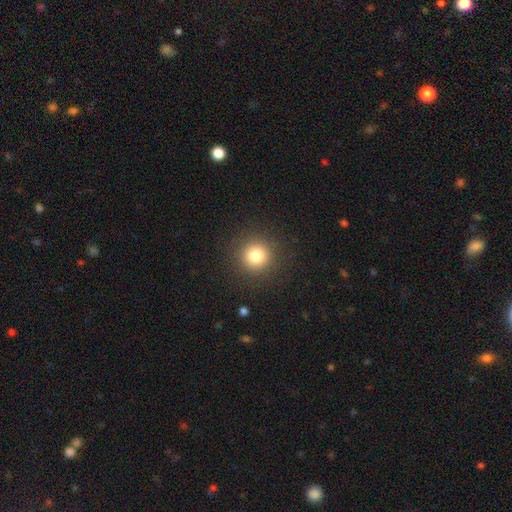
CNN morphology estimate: type=smooth (80%); roundness=round (95%); merging=none (90%).